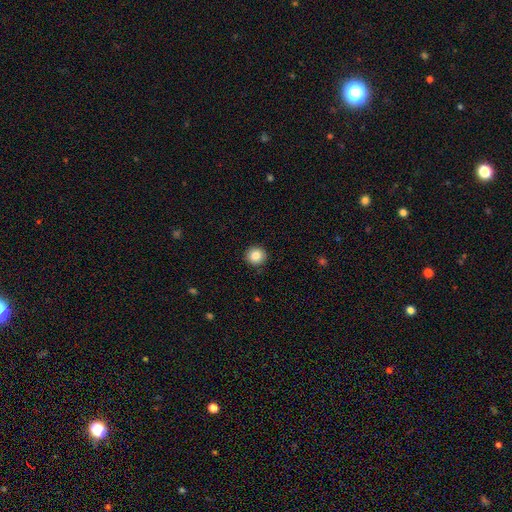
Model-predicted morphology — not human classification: Smooth or featured?
  - smooth: 85% *
  - star or artifact: 9%
  - featured or disk: 5%
How rounded?
  - round: 92% *
  - in between: 7%
  - cigar-shaped: 1%
Merging?
  - none: 92% *
  - minor disturbance: 6%
  - major disturbance: 2%
  - merger: 1%